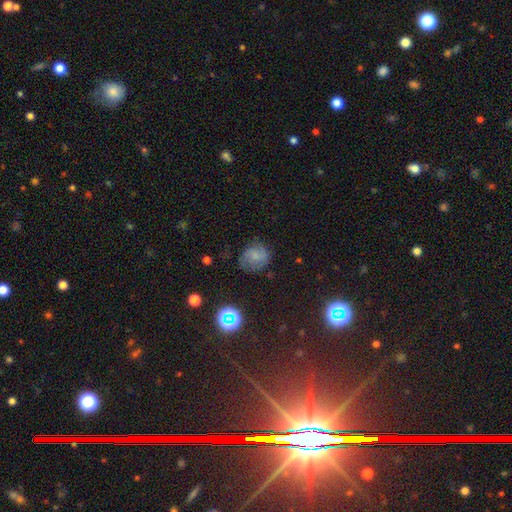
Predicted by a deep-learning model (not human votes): Morphology: type=smooth (58%); roundness=round (71%); merging=none (61%).